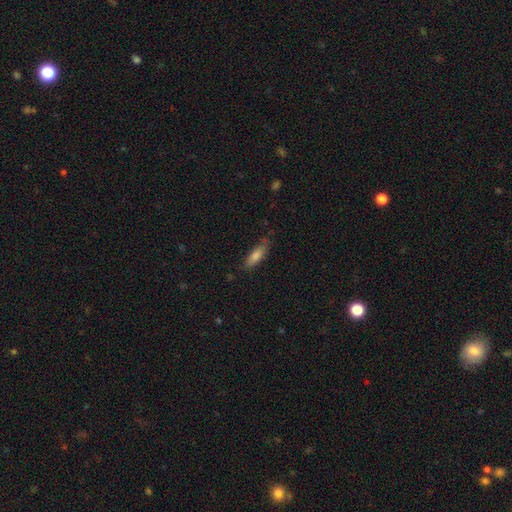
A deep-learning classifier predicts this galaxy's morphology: smooth_or_featured: smooth (p=0.77) [alt: featured or disk p=0.16]
how_rounded: cigar-shaped (p=0.54) [alt: in between p=0.45]
merging: none (p=0.74) [alt: minor disturbance p=0.20]